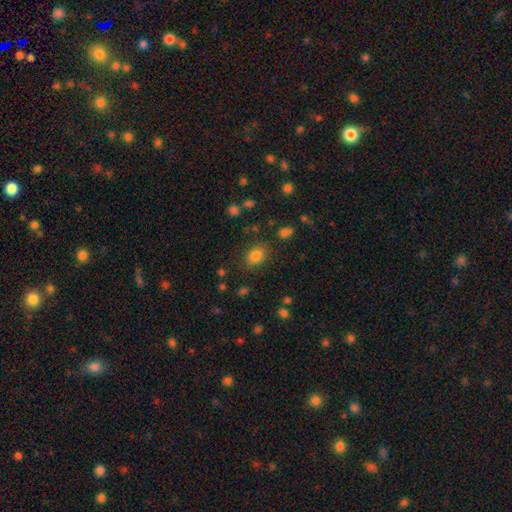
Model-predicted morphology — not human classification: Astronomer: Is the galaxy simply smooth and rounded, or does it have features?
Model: smooth — 81%.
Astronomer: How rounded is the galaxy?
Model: in between — 53% (runner-up: round, 46%).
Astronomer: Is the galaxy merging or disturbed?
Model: none — 81%.